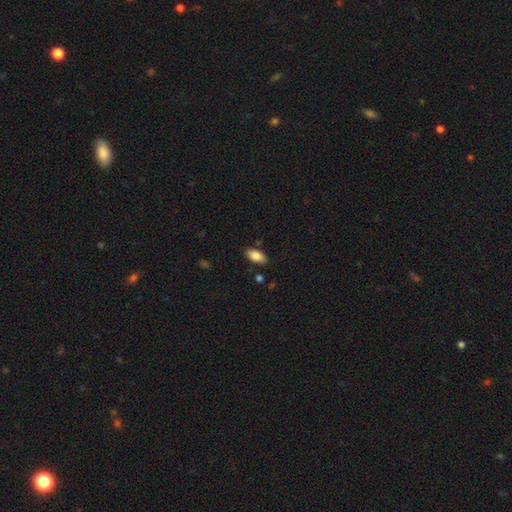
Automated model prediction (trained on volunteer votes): Smooth or featured: smooth — 85% (featured or disk — 8%)
How rounded: in between — 92% (cigar-shaped — 6%)
Merging: none — 86% (minor disturbance — 10%)